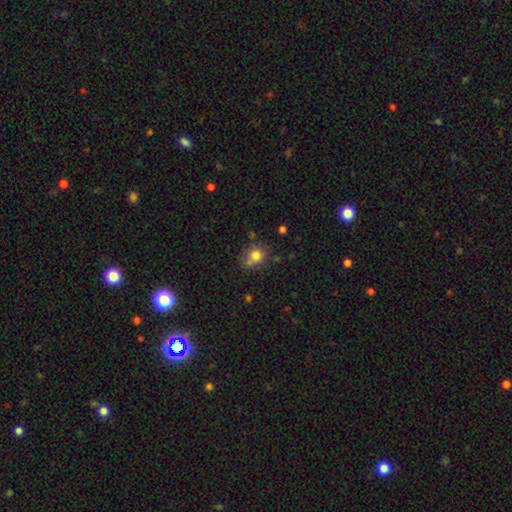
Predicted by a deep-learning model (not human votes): smooth 77%, star or artifact 13%, featured or disk 10%. Down the decision tree: how rounded — round (74%); merging — none (61%).